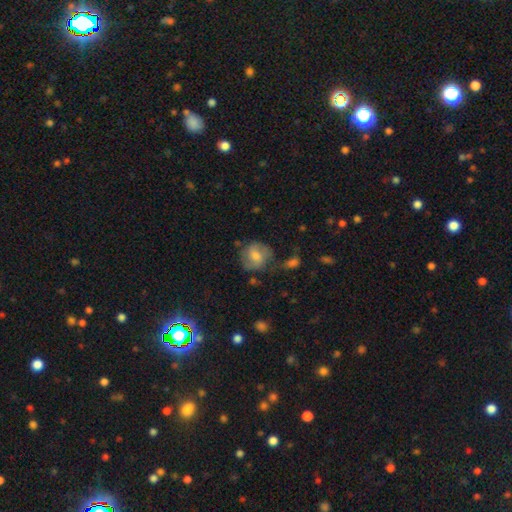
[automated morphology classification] Overall: smooth (55%; featured or disk 35%). How rounded: round (74%). Merging: none (62%; minor disturbance 22%).